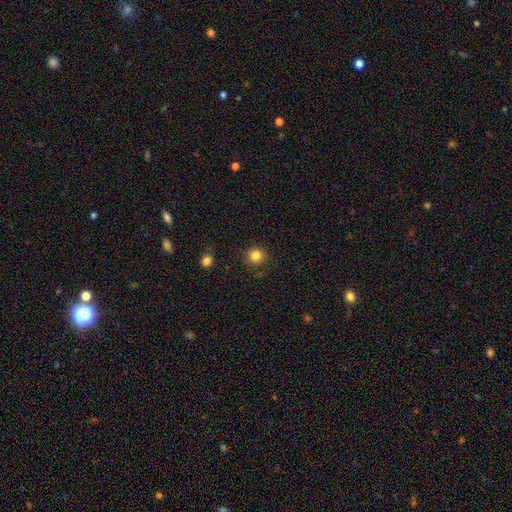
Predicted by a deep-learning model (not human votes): This is clearly a smooth galaxy (83%). How rounded: clearly round (92%). Merging: clearly none (88%).